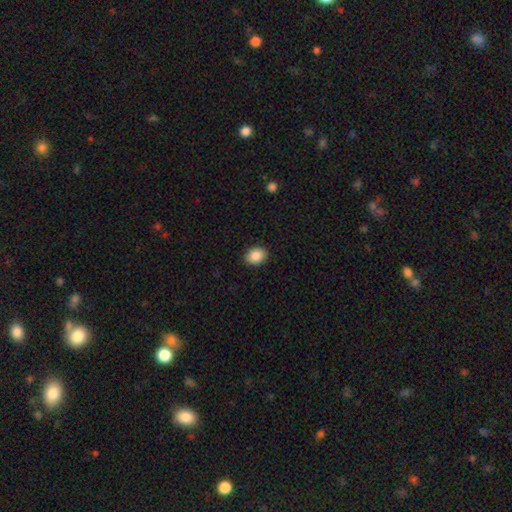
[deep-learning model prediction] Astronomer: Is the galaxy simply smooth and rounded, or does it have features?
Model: smooth — 88%.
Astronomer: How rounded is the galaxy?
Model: in between — 64%.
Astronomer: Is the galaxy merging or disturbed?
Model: none — 90%.